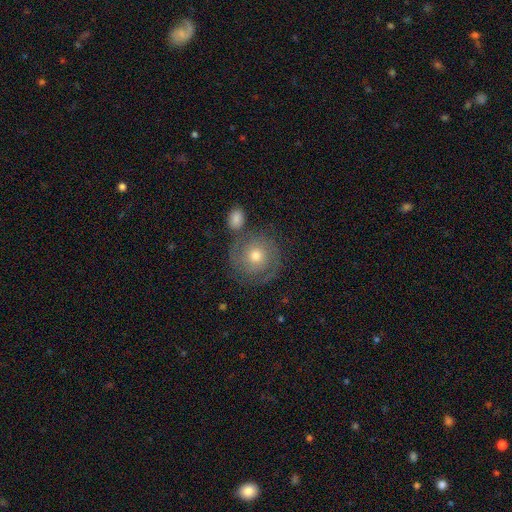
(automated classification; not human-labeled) Morphology: type=featured or disk (64%); edge-on=no (97%); bar=no (83%); spiral arms=yes (86%); winding=tight (63%); arm count=2 (65%); bulge=moderate (72%); merging=none (72%).